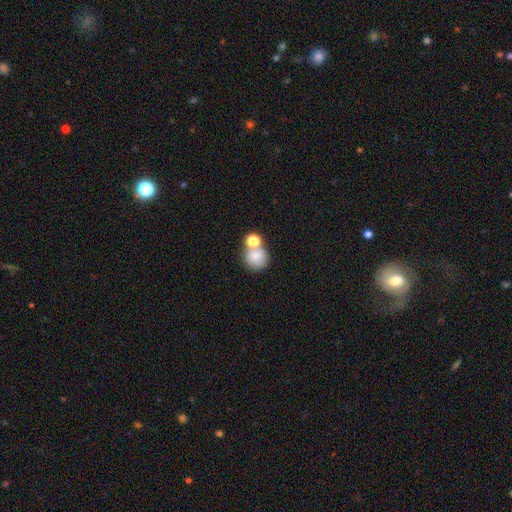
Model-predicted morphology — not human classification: Overall: smooth (76%). How rounded: round (85%). Merging: none (47%; merger 40%).